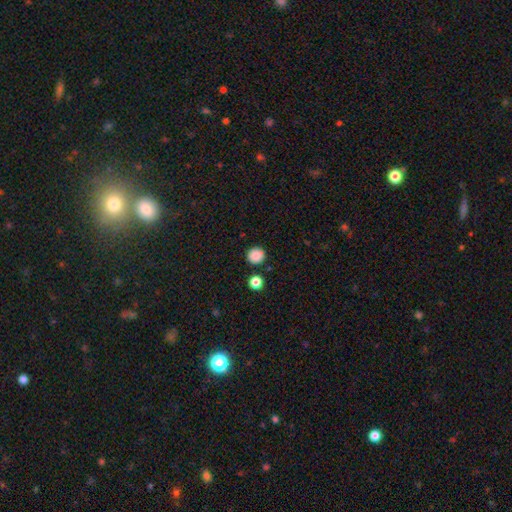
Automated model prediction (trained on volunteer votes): A smooth galaxy with no disk features (87%) that is round (92%). Merging: none (87%).